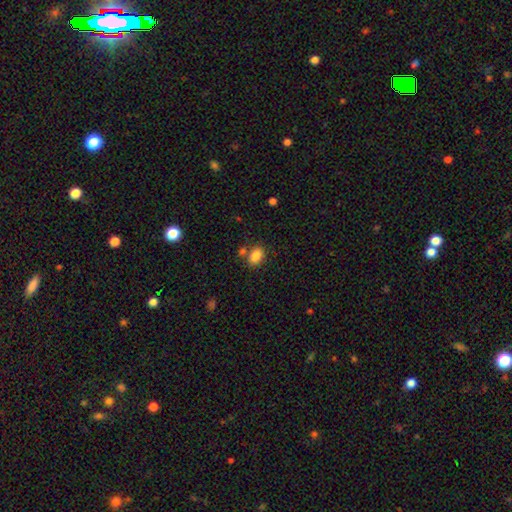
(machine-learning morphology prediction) The model was most divided on "merging": none: 69%, merger: 15%, minor disturbance: 13%, major disturbance: 4%. More confident: smooth or featured — smooth (85%); how rounded — in between (80%).